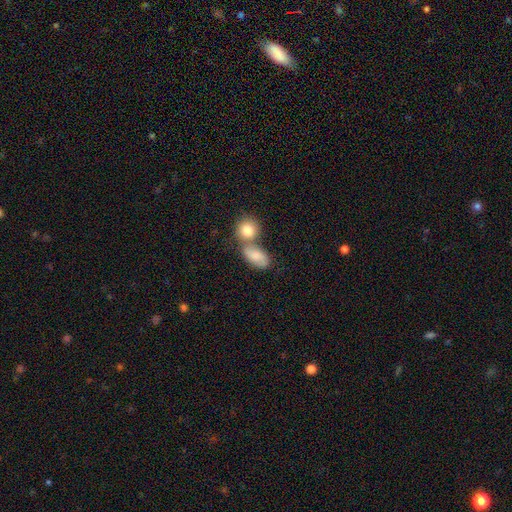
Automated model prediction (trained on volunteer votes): Overall: smooth (71%). How rounded: in between (77%). Merging: merger (53%; none 32%).